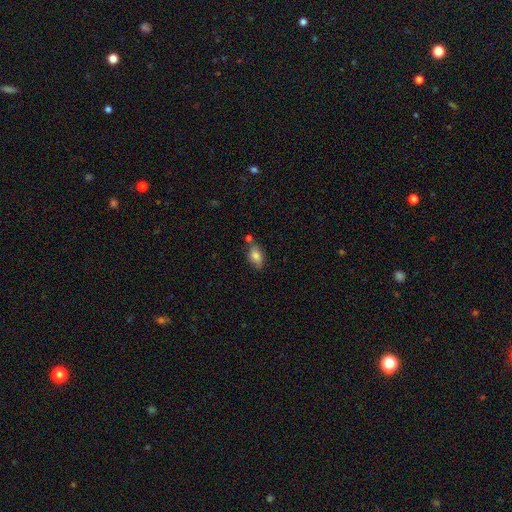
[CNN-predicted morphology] Smooth or featured: smooth — 82% (featured or disk — 10%)
How rounded: in between — 88% (round — 9%)
Merging: none — 65% (minor disturbance — 17%)